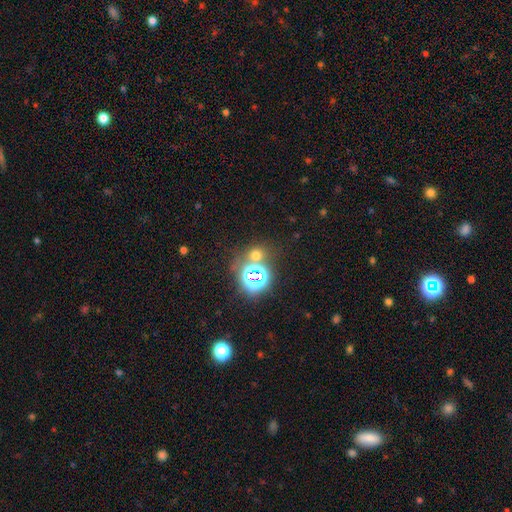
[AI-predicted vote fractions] Smooth or featured?
  - smooth: 48% *
  - star or artifact: 44%
  - featured or disk: 7%
Merging?
  - none: 70% *
  - merger: 17%
  - minor disturbance: 8%
  - major disturbance: 5%